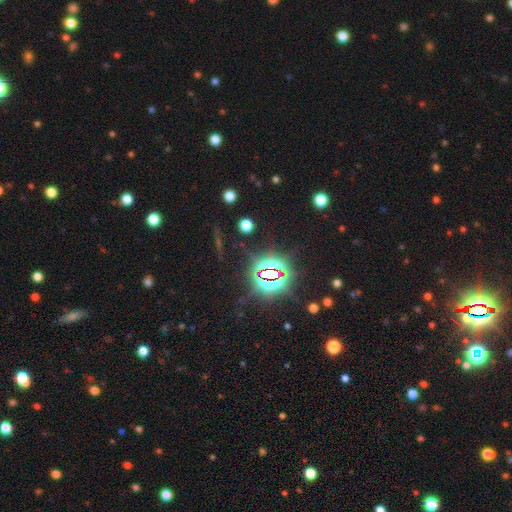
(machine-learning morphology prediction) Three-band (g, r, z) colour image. It shows a star or artifact, not a galaxy (78%).